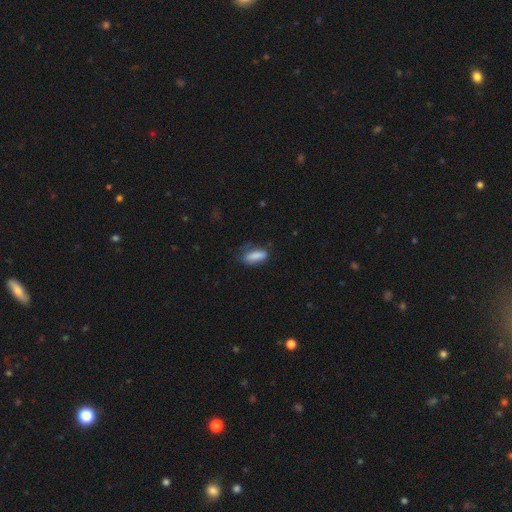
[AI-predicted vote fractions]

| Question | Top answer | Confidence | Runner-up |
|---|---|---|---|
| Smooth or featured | smooth | 83% | featured or disk (9%) |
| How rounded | in between | 60% | cigar-shaped (37%) |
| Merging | none | 59% | minor disturbance (28%) |